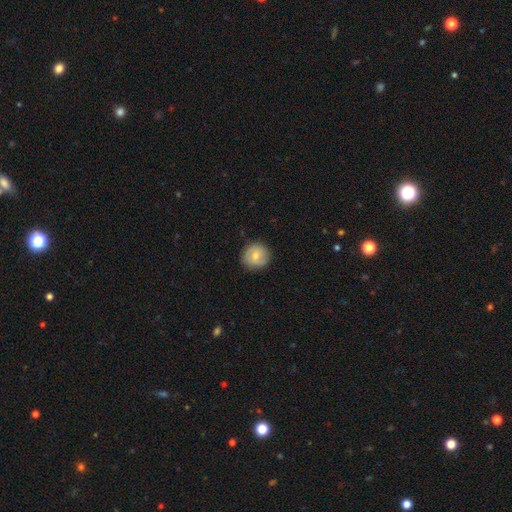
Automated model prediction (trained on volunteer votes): smooth-or-featured: smooth: 65% | featured or disk: 28% | star or artifact: 7%
  how-rounded: round: 91% | in between: 8% | cigar-shaped: 1%
  merging: none: 85% | minor disturbance: 11% | major disturbance: 3% | merger: 1%